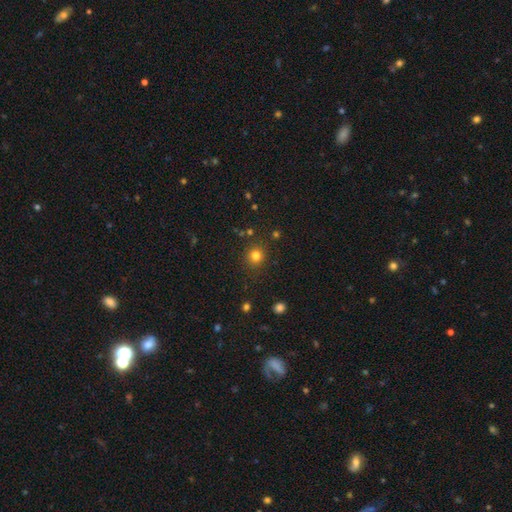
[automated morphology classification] This is clearly a smooth galaxy (80%). How rounded: clearly round (91%). Merging: clearly none (87%).